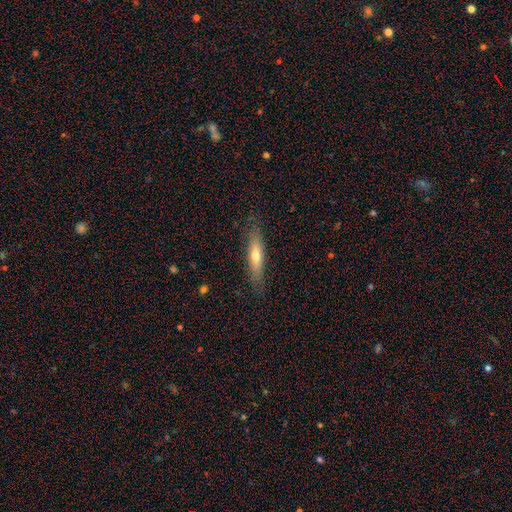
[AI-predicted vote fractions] Smooth or featured: smooth — 58% (featured or disk — 35%)
How rounded: cigar-shaped — 79% (in between — 20%)
Merging: none — 85% (minor disturbance — 12%)